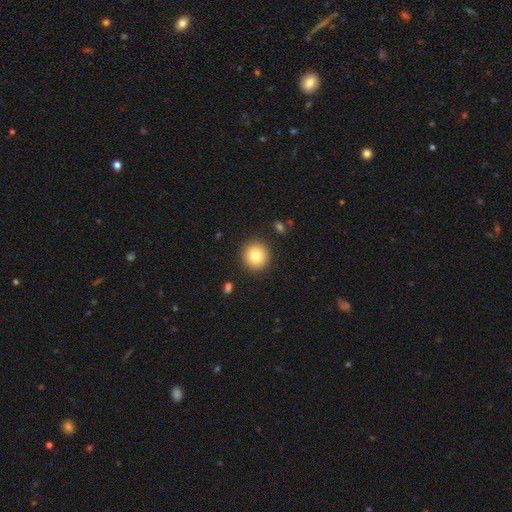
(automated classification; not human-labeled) Smooth or featured?
  - smooth: 82% *
  - star or artifact: 10%
  - featured or disk: 8%
How rounded?
  - round: 94% *
  - in between: 5%
  - cigar-shaped: 1%
Merging?
  - none: 90% *
  - minor disturbance: 6%
  - major disturbance: 2%
  - merger: 2%